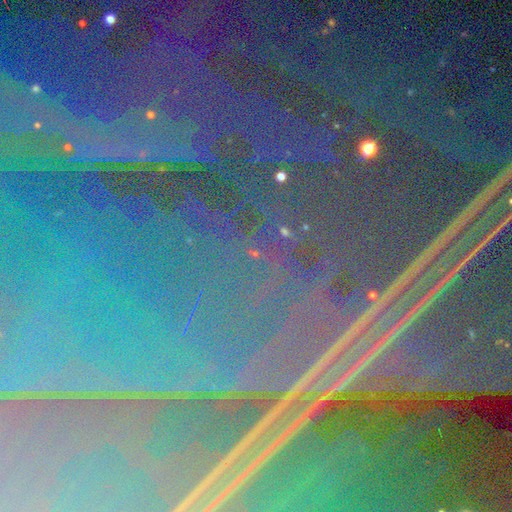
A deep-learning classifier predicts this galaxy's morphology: Smooth or featured? star or artifact (90%)